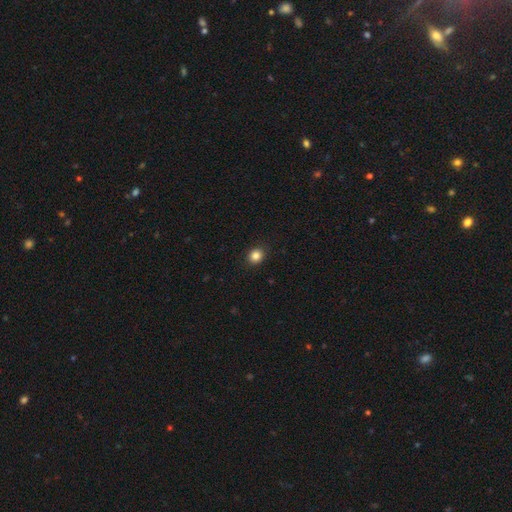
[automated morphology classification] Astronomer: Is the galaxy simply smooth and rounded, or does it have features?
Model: smooth — 85%.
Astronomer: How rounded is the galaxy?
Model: round — 73%.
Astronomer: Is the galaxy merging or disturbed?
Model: none — 90%.